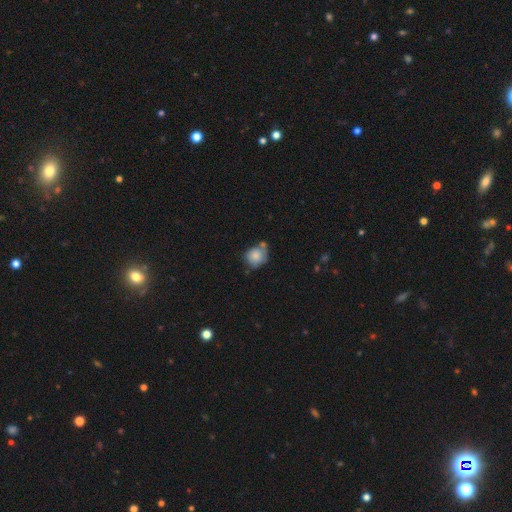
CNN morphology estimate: Smooth or featured? smooth (80%)
How rounded? round (77%)
Merging? none (52%)